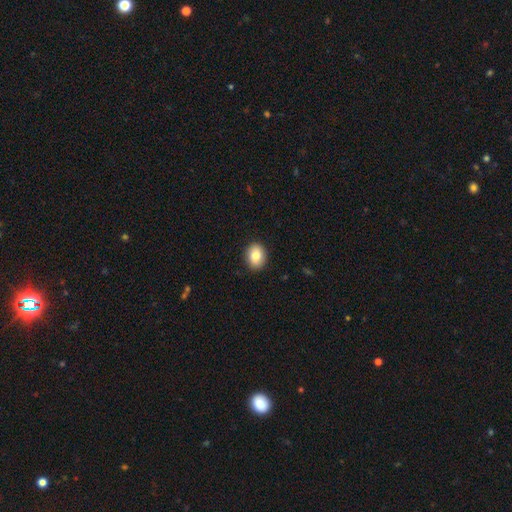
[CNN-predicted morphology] smooth 83%, featured or disk 9%, star or artifact 8%. Down the decision tree: how rounded — in between (55%); merging — none (90%).